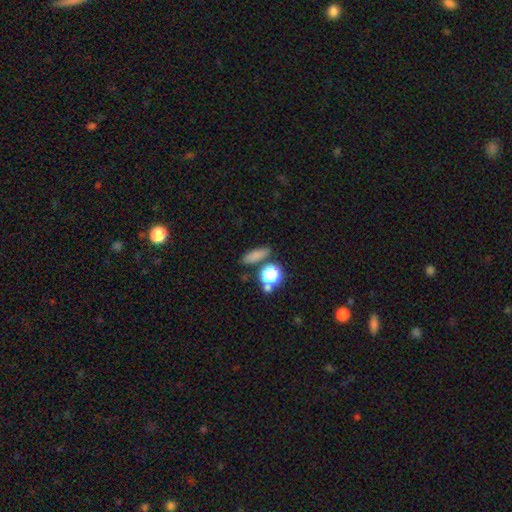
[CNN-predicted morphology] The model was most divided on "how rounded": cigar-shaped: 45%, in between: 36%, round: 20%. More confident: merging — none (78%); smooth or featured — smooth (74%).